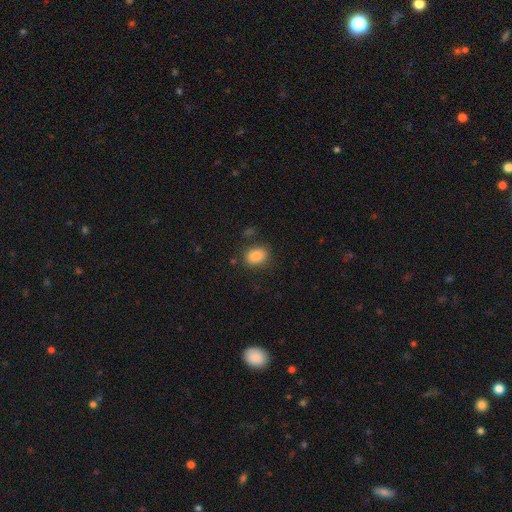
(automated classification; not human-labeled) A smooth galaxy with no disk features (86%) that is in between round and cigar-shaped (70%). Merging: none (80%).